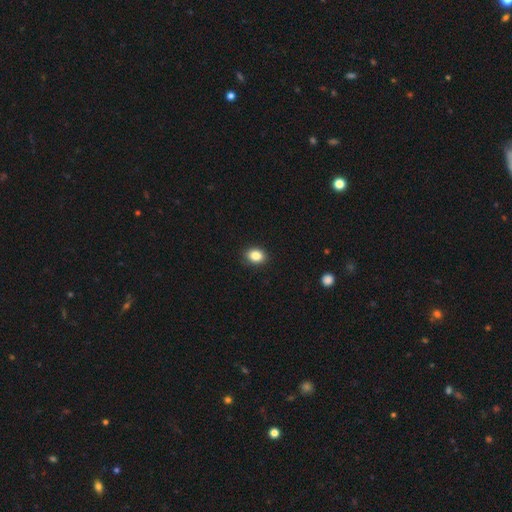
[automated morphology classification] Overall: smooth (86%). How rounded: in between (60%; round 39%). Merging: none (90%).